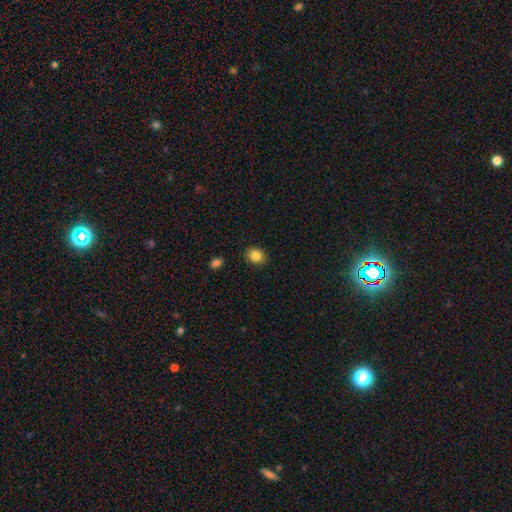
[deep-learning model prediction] Q: Smooth or featured?
A: smooth (84%); runner-up: star or artifact (10%)
Q: How rounded?
A: round (59%); runner-up: in between (40%)
Q: Merging?
A: none (90%); runner-up: minor disturbance (7%)